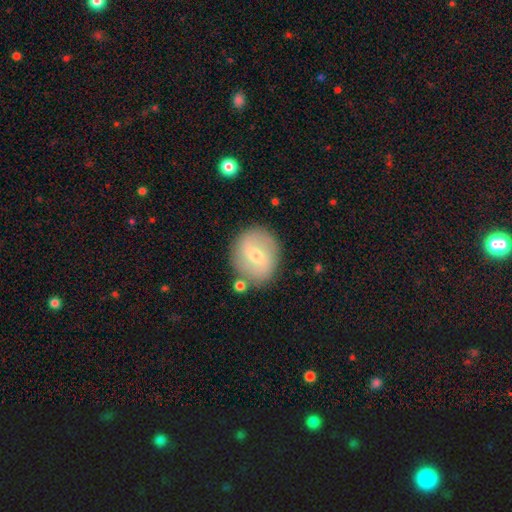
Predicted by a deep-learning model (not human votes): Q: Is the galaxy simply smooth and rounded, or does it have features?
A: featured or disk — 49%.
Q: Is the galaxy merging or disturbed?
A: none — 82%.